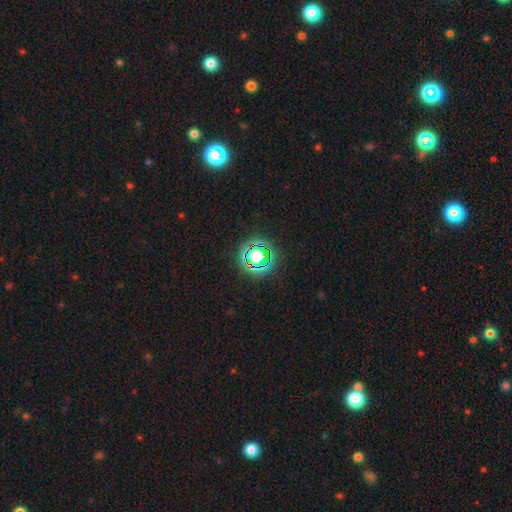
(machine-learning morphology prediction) Smooth or featured? Predicted: star or artifact (p=0.62).